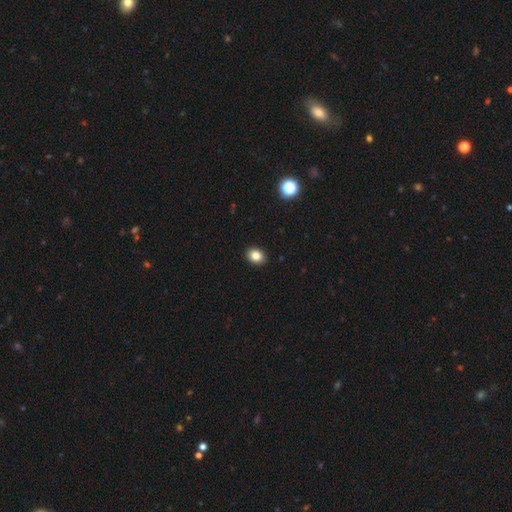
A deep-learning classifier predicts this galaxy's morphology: smooth_or_featured: smooth (p=0.84) [alt: star or artifact p=0.10]
how_rounded: in between (p=0.58) [alt: round p=0.41]
merging: none (p=0.92) [alt: minor disturbance p=0.06]